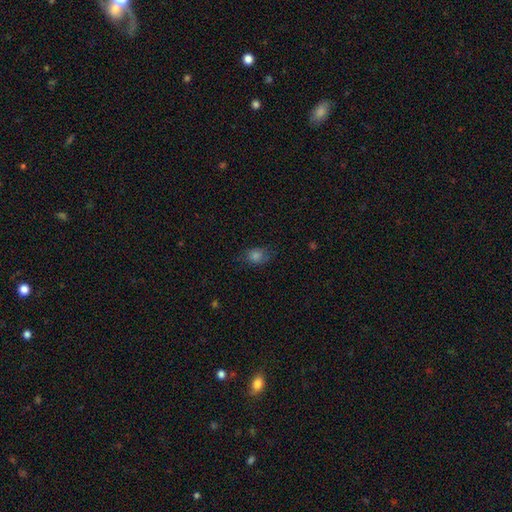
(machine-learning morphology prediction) smooth 70%, star or artifact 18%, featured or disk 12%. Down the decision tree: how rounded — in between (54%); merging — none (70%).